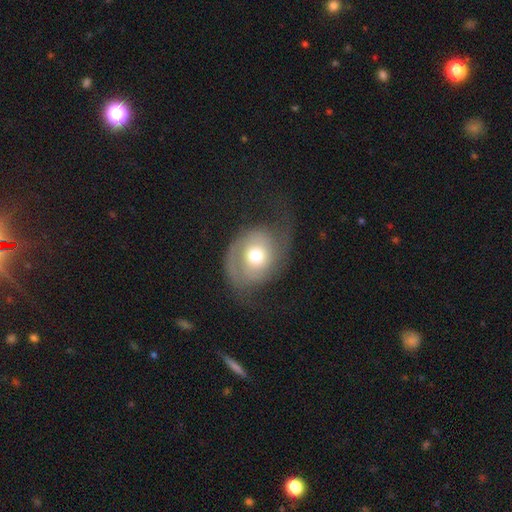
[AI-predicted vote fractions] A featured or disk galaxy (49%). Merging: none (39%).